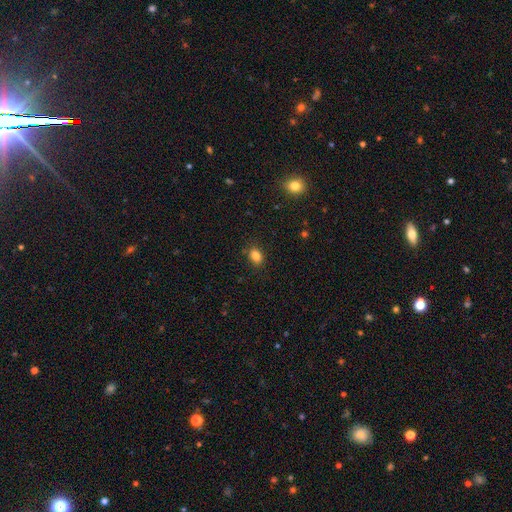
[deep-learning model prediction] This is clearly a smooth galaxy (84%). How rounded: likely in between (75%). Merging: clearly none (85%).